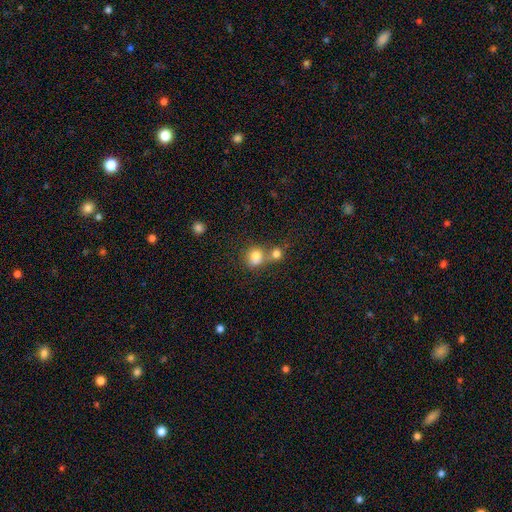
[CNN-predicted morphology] Q: Smooth or featured?
A: smooth (78%); runner-up: star or artifact (11%)
Q: How rounded?
A: round (79%); runner-up: in between (20%)
Q: Merging?
A: merger (49%); runner-up: none (38%)